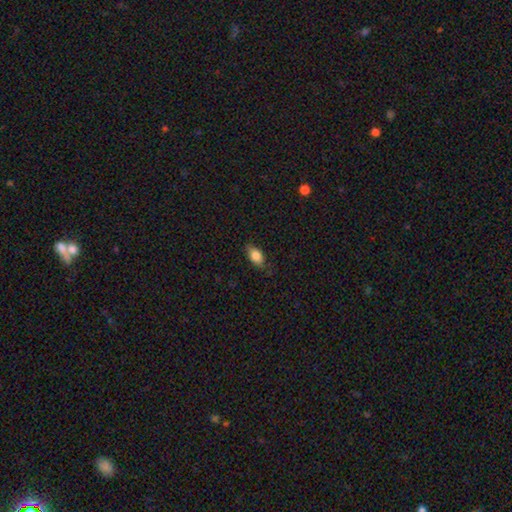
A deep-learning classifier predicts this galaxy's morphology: The model was most divided on "merging": none: 80%, minor disturbance: 16%, major disturbance: 3%, merger: 1%. More confident: how rounded — in between (88%); smooth or featured — smooth (81%).